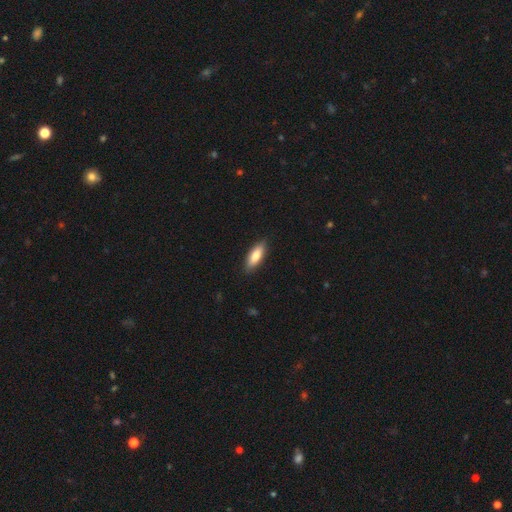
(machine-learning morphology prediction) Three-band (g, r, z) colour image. It shows a smooth galaxy with no disk features (82%) that is in between round and cigar-shaped (67%). Merging: none (87%).